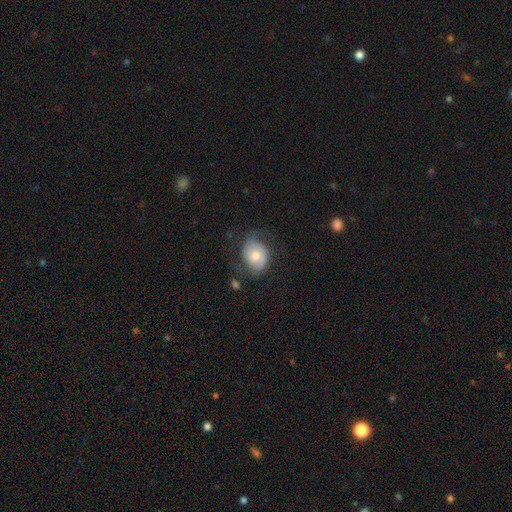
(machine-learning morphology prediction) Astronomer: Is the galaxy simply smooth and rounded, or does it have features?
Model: featured or disk — 49% (runner-up: smooth, 44%).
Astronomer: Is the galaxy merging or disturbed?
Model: none — 57%.